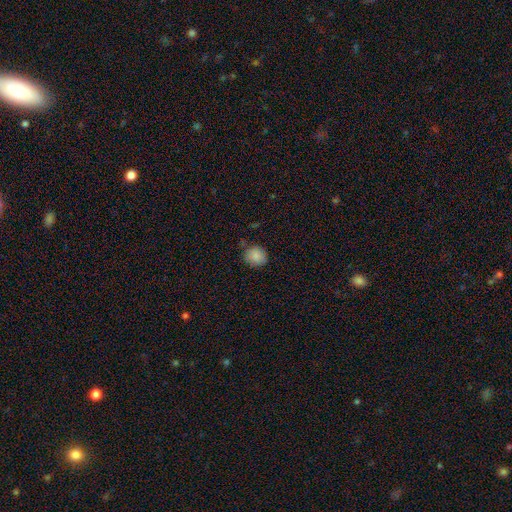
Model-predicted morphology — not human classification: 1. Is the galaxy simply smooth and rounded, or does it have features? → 86% smooth, 9% star or artifact, 5% featured or disk.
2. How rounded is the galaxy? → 77% round, 22% in between, 1% cigar-shaped.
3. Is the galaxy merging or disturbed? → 77% none, 17% minor disturbance, 3% major disturbance, 2% merger.